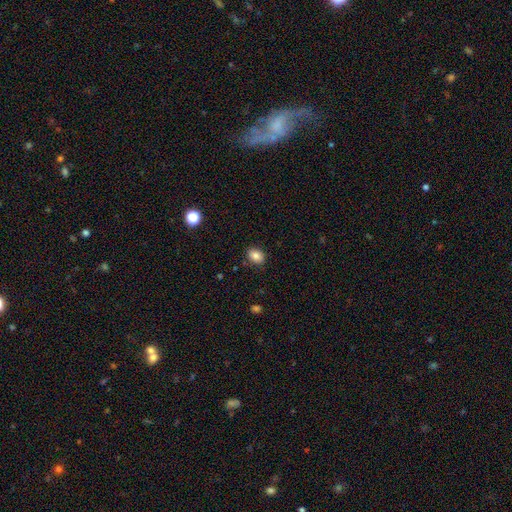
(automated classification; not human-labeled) Smooth or featured? smooth (83%)
How rounded? in between (63%)
Merging? none (86%)